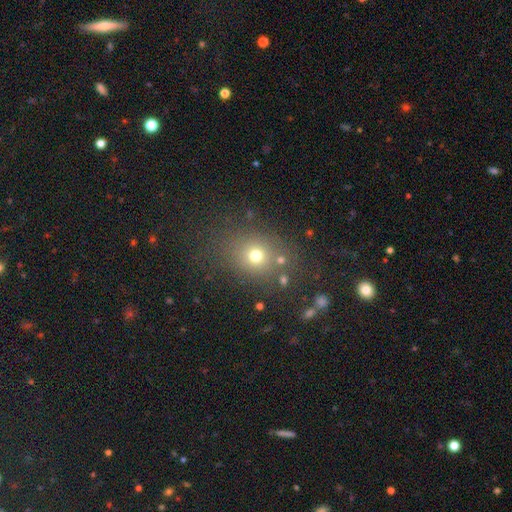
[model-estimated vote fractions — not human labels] smooth 69%, star or artifact 21%, featured or disk 11%. Down the decision tree: how rounded — round (66%); merging — none (74%).